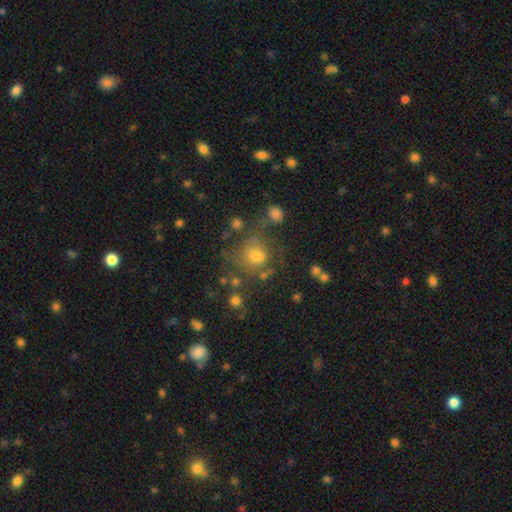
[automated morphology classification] Smooth or featured: smooth — 57% (featured or disk — 26%)
How rounded: round — 74% (in between — 25%)
Merging: none — 55% (minor disturbance — 20%)